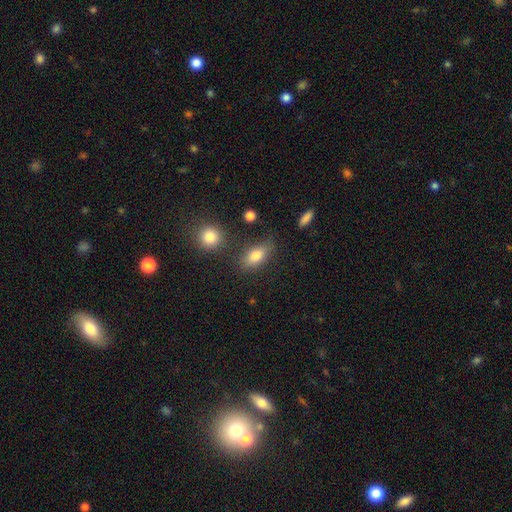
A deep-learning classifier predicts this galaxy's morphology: The model was most divided on "merging": none: 72%, minor disturbance: 16%, merger: 6%, major disturbance: 5%. More confident: how rounded — in between (83%); smooth or featured — smooth (80%).